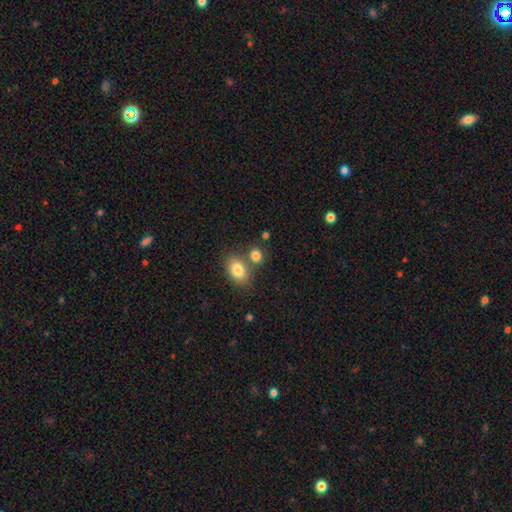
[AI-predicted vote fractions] Smooth or featured?
  - smooth: 82% *
  - star or artifact: 10%
  - featured or disk: 8%
How rounded?
  - in between: 54% *
  - round: 44%
  - cigar-shaped: 2%
Merging?
  - none: 56% *
  - merger: 30%
  - minor disturbance: 10%
  - major disturbance: 4%